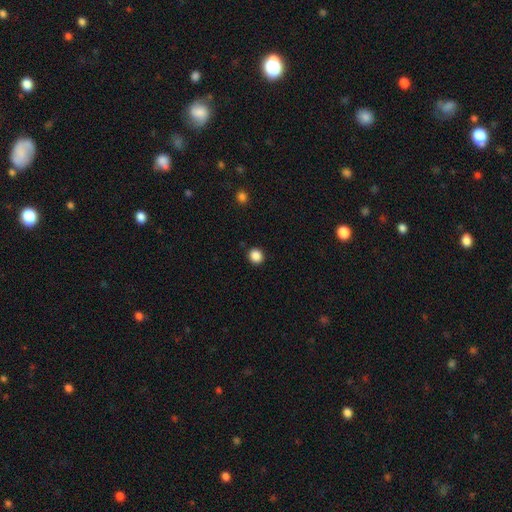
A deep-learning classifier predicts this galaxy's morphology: The model was most divided on "how rounded": round: 87%, in between: 12%, cigar-shaped: 1%. More confident: merging — none (91%); smooth or featured — smooth (87%).